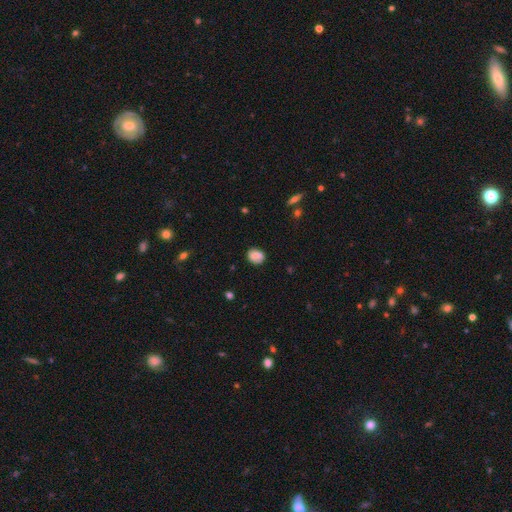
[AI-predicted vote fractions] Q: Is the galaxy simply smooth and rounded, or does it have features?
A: smooth — 71%.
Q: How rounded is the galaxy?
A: round — 61%.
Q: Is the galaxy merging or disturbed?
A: none — 70%.